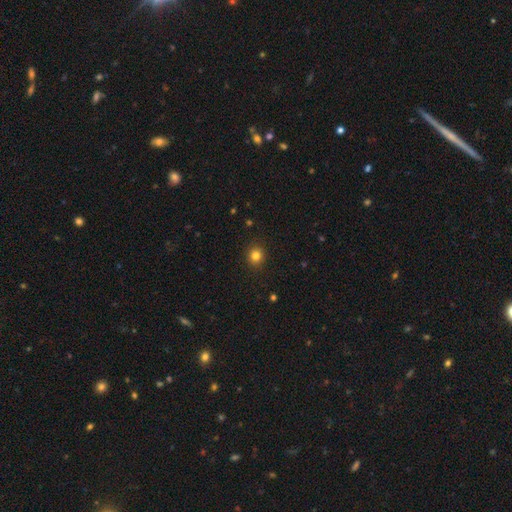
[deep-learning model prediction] smooth 82%, star or artifact 13%, featured or disk 5%. Down the decision tree: how rounded — round (89%); merging — none (92%).